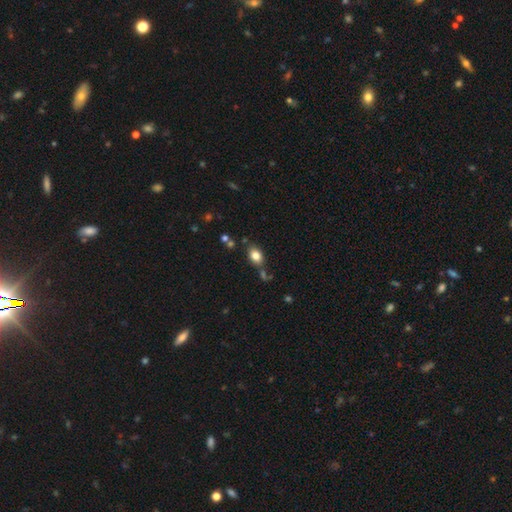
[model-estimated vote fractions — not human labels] smooth-or-featured: smooth: 82% | star or artifact: 10% | featured or disk: 9%
  how-rounded: in between: 79% | round: 19% | cigar-shaped: 2%
  merging: none: 71% | minor disturbance: 15% | merger: 10% | major disturbance: 4%